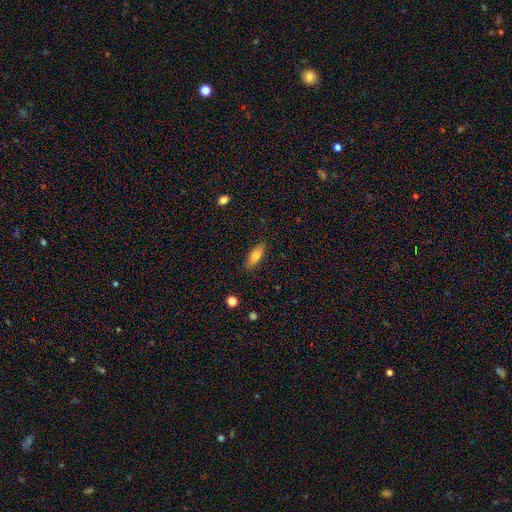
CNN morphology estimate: Overall: smooth (78%). How rounded: in between (68%; cigar-shaped 30%). Merging: none (84%).